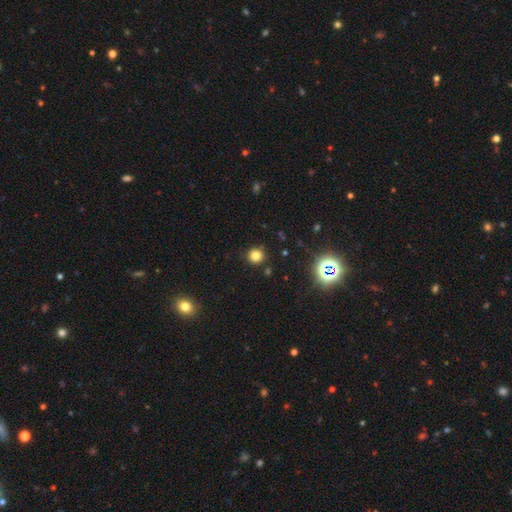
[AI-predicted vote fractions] Smooth or featured? smooth (78%)
How rounded? round (92%)
Merging? none (88%)